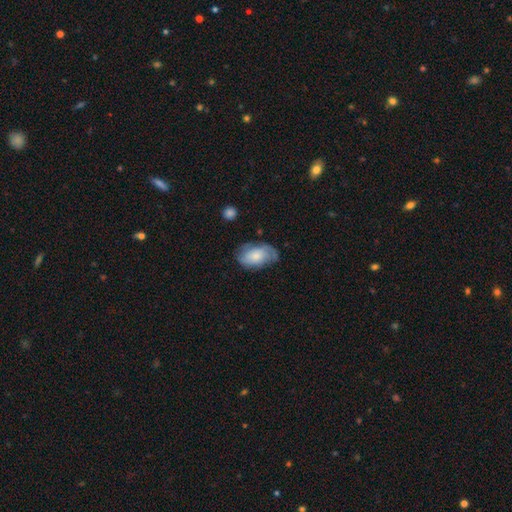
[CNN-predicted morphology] Smooth or featured?
  - smooth: 58% *
  - featured or disk: 36%
  - star or artifact: 6%
How rounded?
  - in between: 91% *
  - round: 7%
  - cigar-shaped: 2%
Merging?
  - none: 58% *
  - minor disturbance: 29%
  - major disturbance: 11%
  - merger: 2%